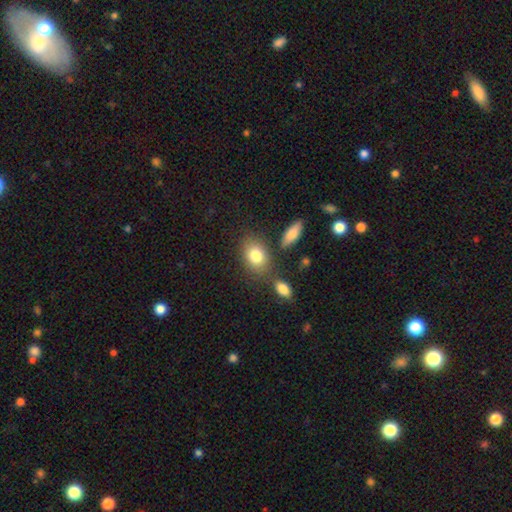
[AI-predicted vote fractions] The model was most divided on "how rounded": in between: 71%, round: 27%, cigar-shaped: 2%. More confident: smooth or featured — smooth (81%); merging — none (69%).